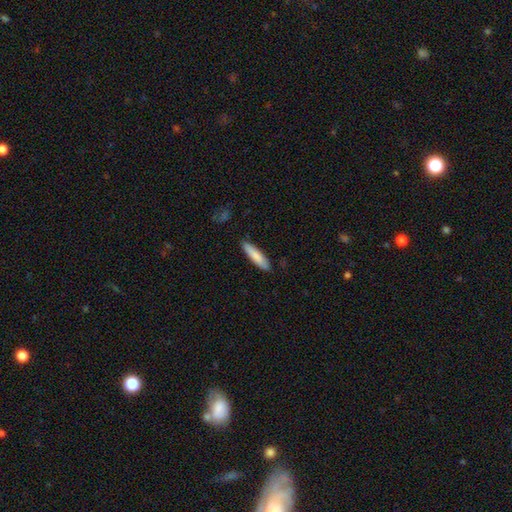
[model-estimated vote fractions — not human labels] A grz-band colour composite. It shows a smooth galaxy with no disk features (83%) that is cigar-shaped (78%). Merging: none (86%).